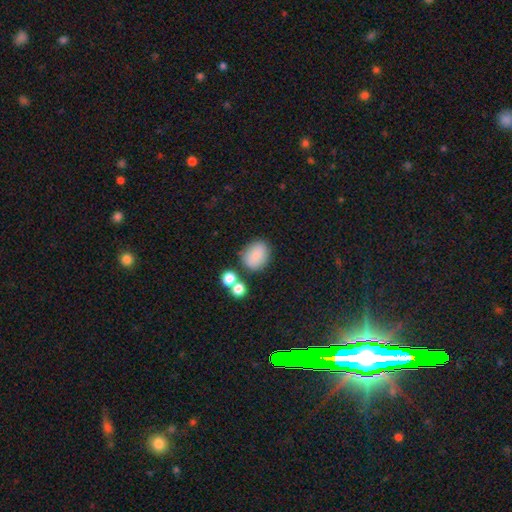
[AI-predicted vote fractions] This is clearly a smooth galaxy (82%). How rounded: possibly in between (57%). Merging: likely none (71%).